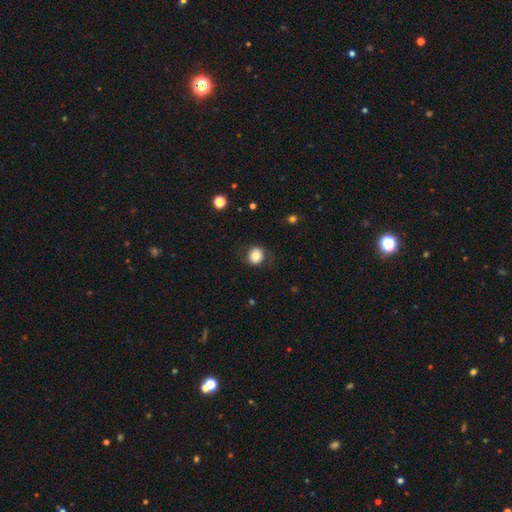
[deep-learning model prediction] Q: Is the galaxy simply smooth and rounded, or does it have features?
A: smooth — 79%.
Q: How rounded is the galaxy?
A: round — 77%.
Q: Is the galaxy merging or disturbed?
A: none — 79%.